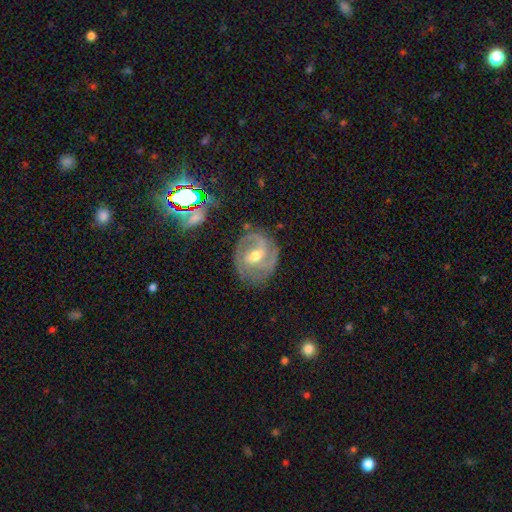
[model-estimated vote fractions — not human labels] Q: Smooth or featured?
A: featured or disk (85%); runner-up: smooth (10%)
Q: Edge-on disk?
A: no (97%); runner-up: yes (3%)
Q: Bar?
A: weak (50%); runner-up: strong (25%)
Q: Spiral arms?
A: yes (94%); runner-up: no (6%)
Q: Spiral winding?
A: medium (44%); runner-up: tight (43%)
Q: Spiral arm count?
A: 2 (50%); runner-up: 3 (22%)
Q: Bulge size?
A: moderate (66%); runner-up: small (30%)
Q: Merging?
A: none (72%); runner-up: minor disturbance (19%)